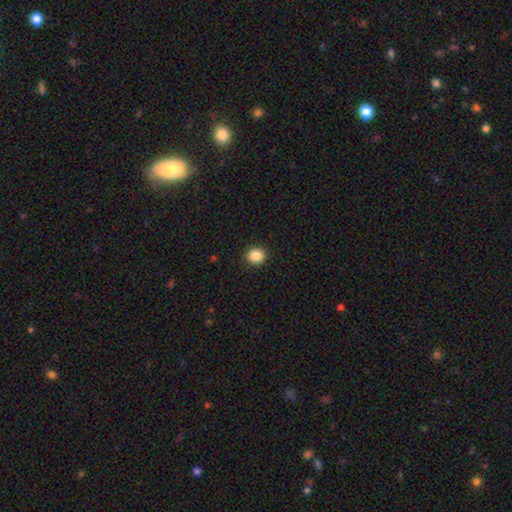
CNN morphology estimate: A smooth galaxy with no disk features (87%) that is round (84%). Merging: none (91%).